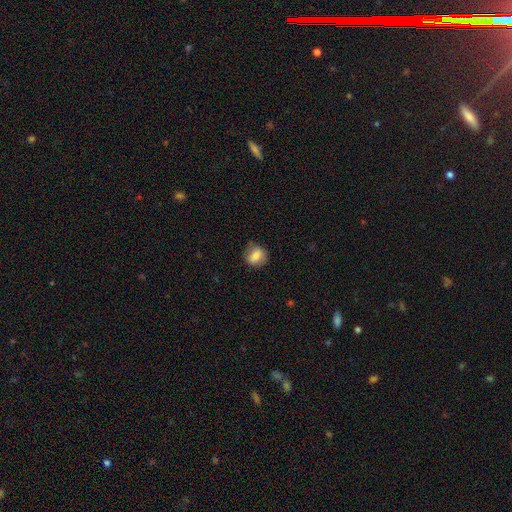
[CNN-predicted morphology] Smooth or featured? Predicted: smooth (p=0.76). How rounded? Predicted: round (p=0.66). Merging? Predicted: none (p=0.76).